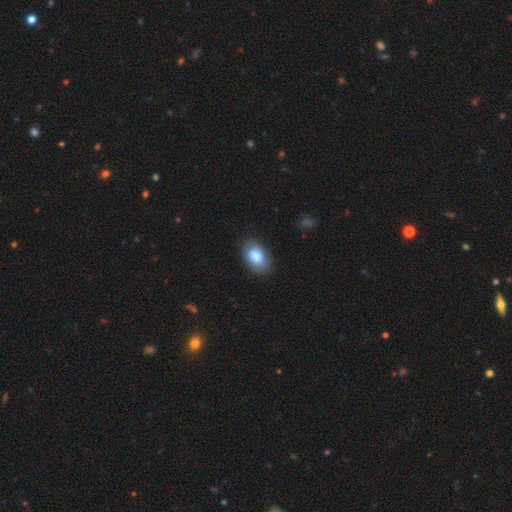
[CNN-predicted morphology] Smooth or featured? Predicted: smooth (p=0.83). How rounded? Predicted: in between (p=0.89). Merging? Predicted: none (p=0.84).